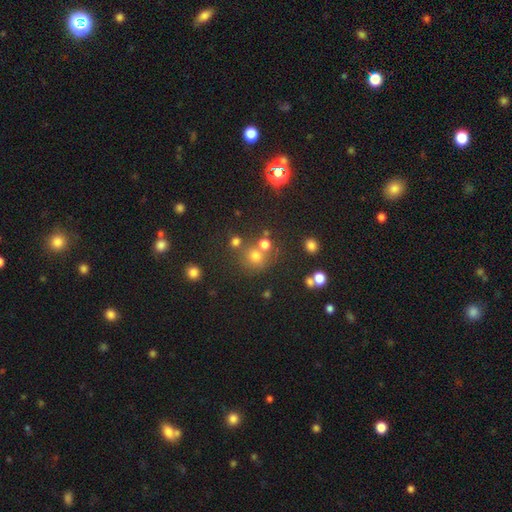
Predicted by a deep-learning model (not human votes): smooth-or-featured: smooth: 64% | star or artifact: 26% | featured or disk: 9%
  how-rounded: round: 88% | in between: 11% | cigar-shaped: 1%
  merging: none: 66% | merger: 21% | minor disturbance: 9% | major disturbance: 4%